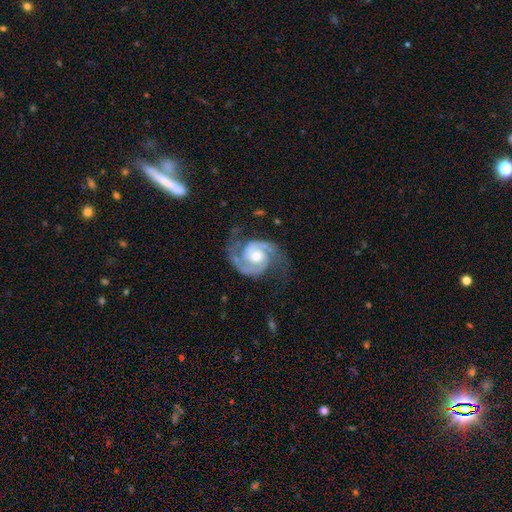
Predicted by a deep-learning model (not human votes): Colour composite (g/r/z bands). It shows a featured or disk galaxy (92%) with no bar (63%), 2 (94%) medium (56%) spiral arms (98%) and a moderate central bulge (67%). Merging: none (73%).